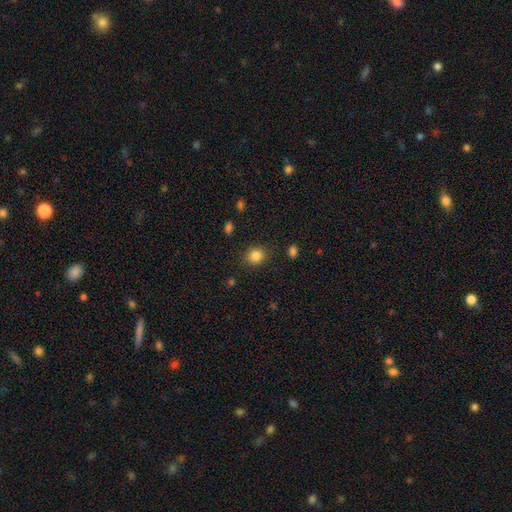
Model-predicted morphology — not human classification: smooth 84%, star or artifact 11%, featured or disk 5%. Down the decision tree: how rounded — round (72%); merging — none (86%).